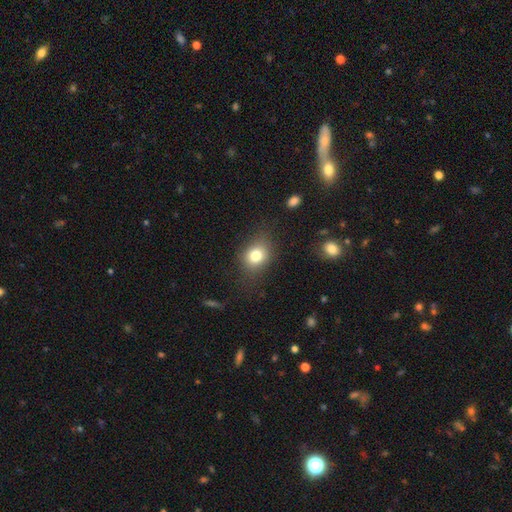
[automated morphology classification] The model was most divided on "how rounded": round: 50%, in between: 49%, cigar-shaped: 1%. More confident: smooth or featured — smooth (78%); merging — none (74%).